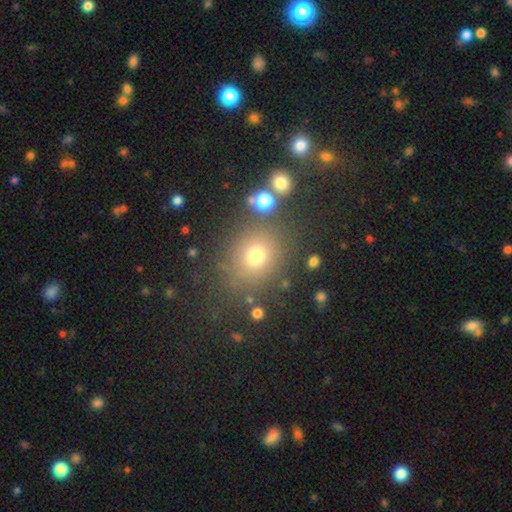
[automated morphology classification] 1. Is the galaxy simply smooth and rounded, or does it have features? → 70% smooth, 20% star or artifact, 10% featured or disk.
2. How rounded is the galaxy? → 80% round, 19% in between, 1% cigar-shaped.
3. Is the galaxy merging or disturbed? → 78% none, 11% minor disturbance, 6% merger, 6% major disturbance.